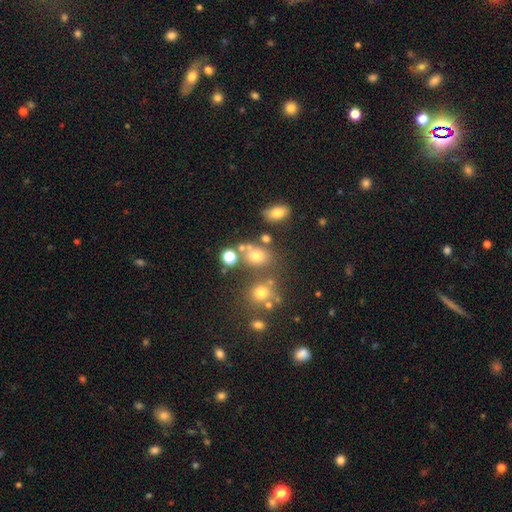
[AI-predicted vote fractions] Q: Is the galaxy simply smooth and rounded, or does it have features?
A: smooth — 65%.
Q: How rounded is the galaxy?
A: round — 55%.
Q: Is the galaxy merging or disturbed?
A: none — 55%.